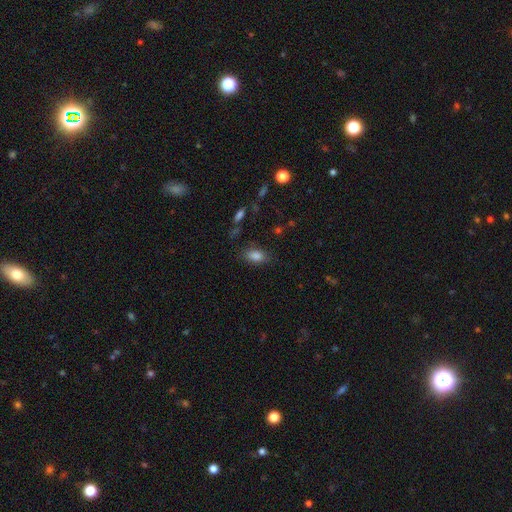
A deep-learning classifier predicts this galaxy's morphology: A smooth galaxy with no disk features (84%) that is in between round and cigar-shaped (88%). Merging: none (78%).